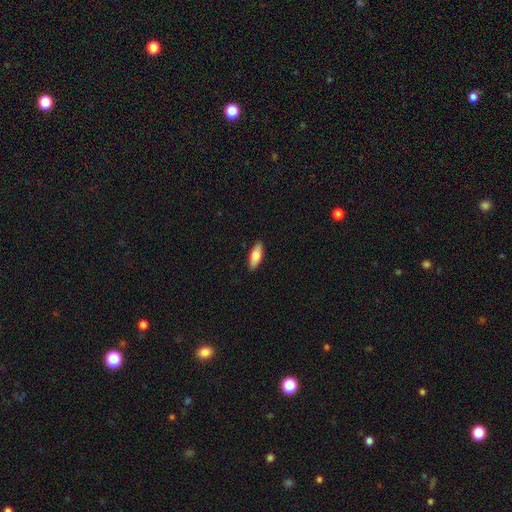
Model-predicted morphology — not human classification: This is clearly a smooth galaxy (81%). How rounded: likely in between (70%). Merging: clearly none (89%).